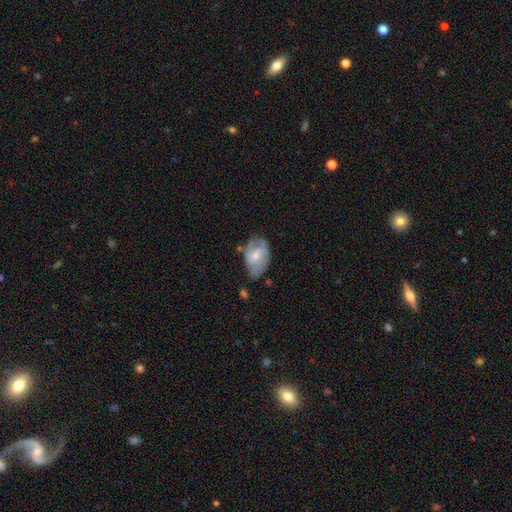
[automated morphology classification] Smooth or featured? featured or disk (50%)
Merging? none (48%)